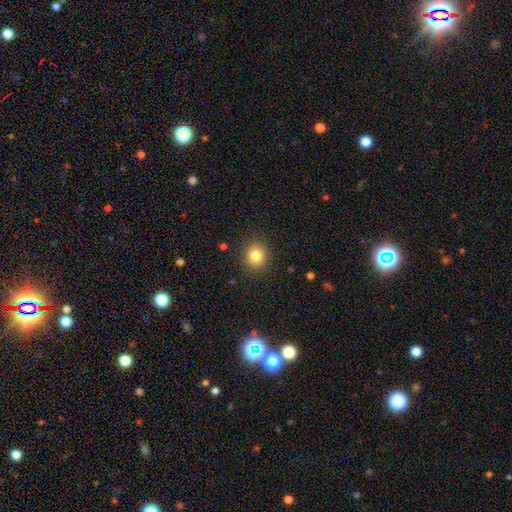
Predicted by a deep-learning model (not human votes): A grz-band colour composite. It shows a smooth galaxy with no disk features (82%) that is round (83%). Merging: none (88%).